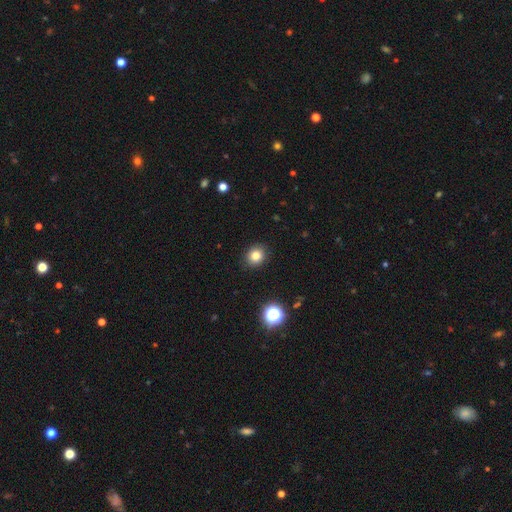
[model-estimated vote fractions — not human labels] This appears to be a smooth galaxy with no disk features (82%) that is round (74%). Merging: none (90%).